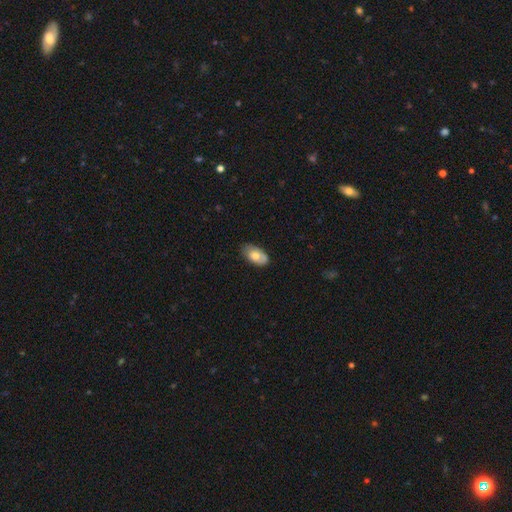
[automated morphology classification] Smooth or featured?
  - smooth: 69% *
  - featured or disk: 24%
  - star or artifact: 6%
How rounded?
  - in between: 93% *
  - round: 5%
  - cigar-shaped: 2%
Merging?
  - none: 70% *
  - minor disturbance: 24%
  - major disturbance: 4%
  - merger: 2%